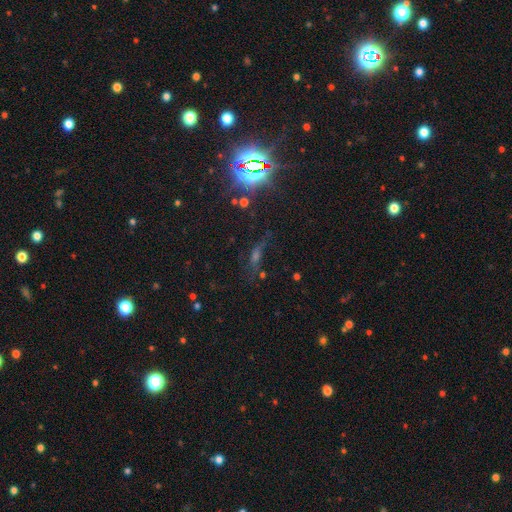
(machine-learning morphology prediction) smooth_or_featured: star or artifact (p=0.54) [alt: smooth p=0.23]